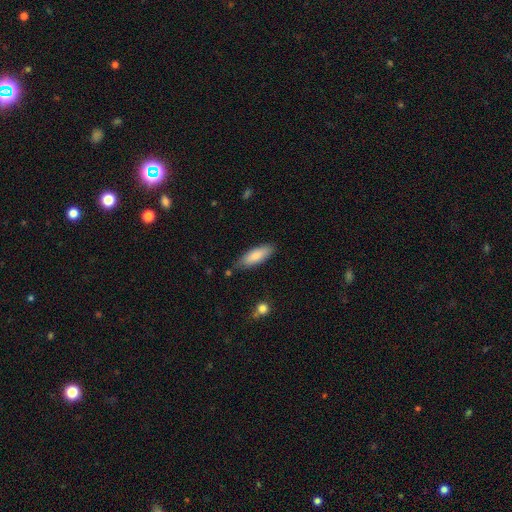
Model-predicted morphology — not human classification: Smooth or featured?
  - smooth: 79% *
  - featured or disk: 15%
  - star or artifact: 6%
How rounded?
  - in between: 62% *
  - cigar-shaped: 36%
  - round: 2%
Merging?
  - none: 80% *
  - minor disturbance: 15%
  - major disturbance: 3%
  - merger: 3%